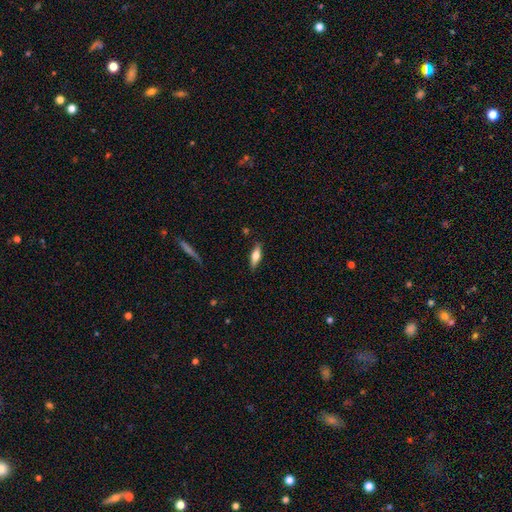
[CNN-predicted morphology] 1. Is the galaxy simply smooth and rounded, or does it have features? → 57% smooth, 37% featured or disk, 6% star or artifact.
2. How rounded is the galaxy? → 54% in between, 43% cigar-shaped, 3% round.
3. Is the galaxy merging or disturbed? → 86% none, 10% minor disturbance, 2% major disturbance, 1% merger.